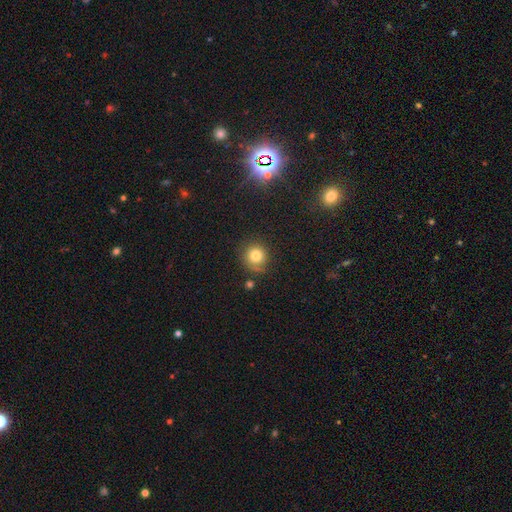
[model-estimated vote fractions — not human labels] smooth_or_featured: smooth (p=0.77) [alt: star or artifact p=0.13]
how_rounded: round (p=0.91) [alt: in between p=0.08]
merging: none (p=0.75) [alt: minor disturbance p=0.16]